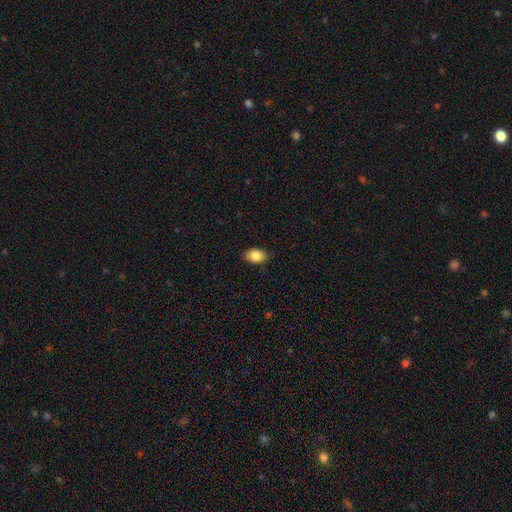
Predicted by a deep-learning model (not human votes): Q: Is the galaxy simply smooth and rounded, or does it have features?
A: smooth — 86%.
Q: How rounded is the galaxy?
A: in between — 84%.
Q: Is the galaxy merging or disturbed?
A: none — 85%.